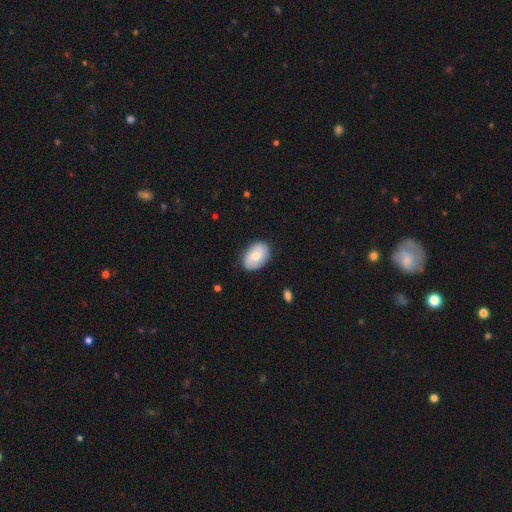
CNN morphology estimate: Overall: smooth (67%). How rounded: in between (86%). Merging: none (83%).